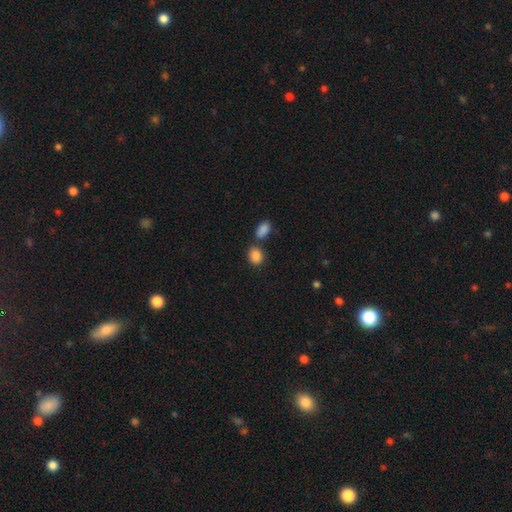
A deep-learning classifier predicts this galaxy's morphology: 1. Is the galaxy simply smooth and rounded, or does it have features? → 87% smooth, 9% star or artifact, 4% featured or disk.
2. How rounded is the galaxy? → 58% in between, 41% round, 2% cigar-shaped.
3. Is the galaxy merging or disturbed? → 60% none, 24% merger, 12% minor disturbance, 4% major disturbance.